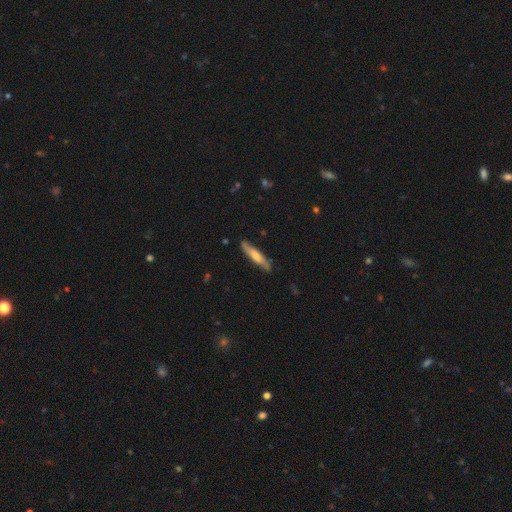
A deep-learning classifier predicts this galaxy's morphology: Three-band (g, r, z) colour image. It shows a smooth galaxy with no disk features (60%) that is cigar-shaped (88%). Merging: none (81%).